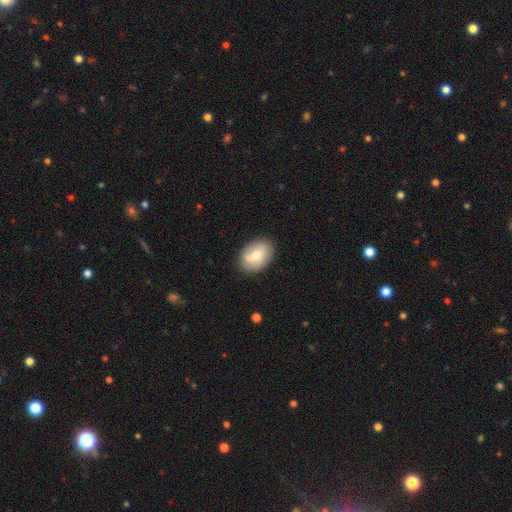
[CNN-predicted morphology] Smooth or featured? Predicted: smooth (p=0.67). How rounded? Predicted: in between (p=0.82). Merging? Predicted: none (p=0.78).